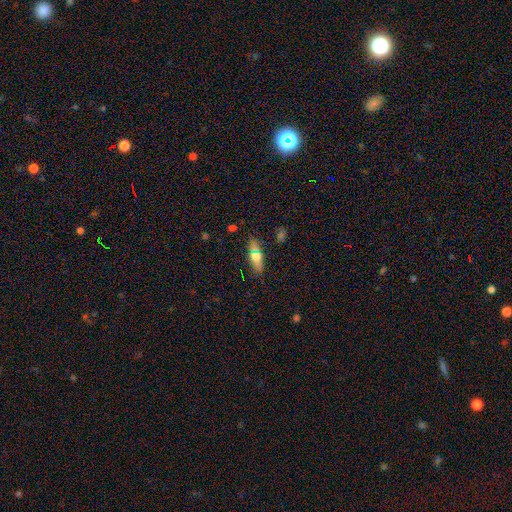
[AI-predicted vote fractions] Q: Smooth or featured?
A: smooth (59%); runner-up: featured or disk (30%)
Q: How rounded?
A: in between (55%); runner-up: cigar-shaped (40%)
Q: Merging?
A: none (81%); runner-up: minor disturbance (12%)